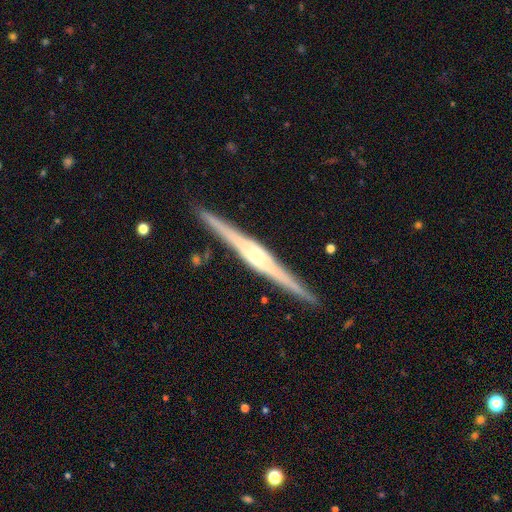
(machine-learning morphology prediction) This is clearly a featured or disk galaxy (87%). It is clearly viewed edge-on (98%). Edge-on bulge: possibly rounded (54%). Merging: clearly none (91%).